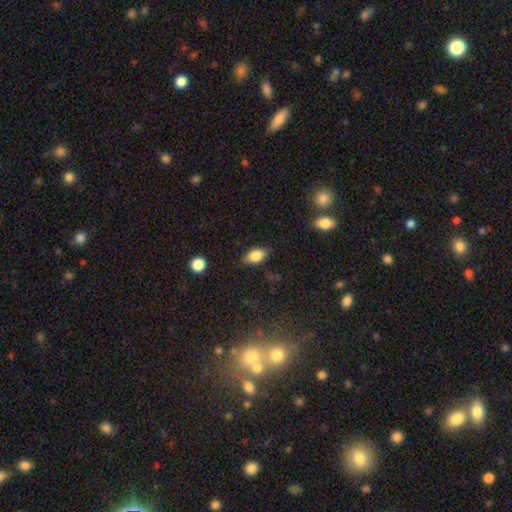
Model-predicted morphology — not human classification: type=smooth (77%); roundness=in between (85%); merging=none (76%).